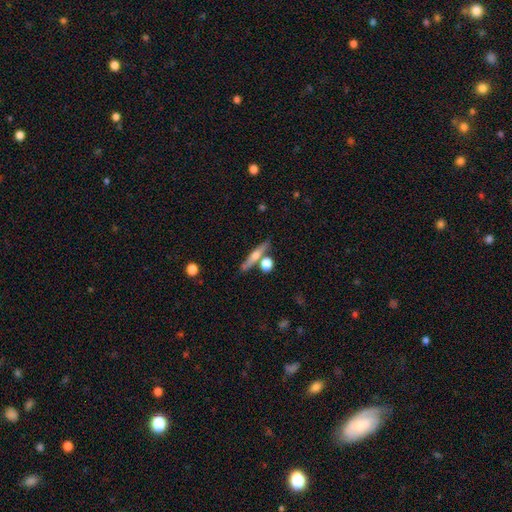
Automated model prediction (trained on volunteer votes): This appears to be a featured or disk galaxy (51%) viewed edge-on (93%). Merging: none (72%).